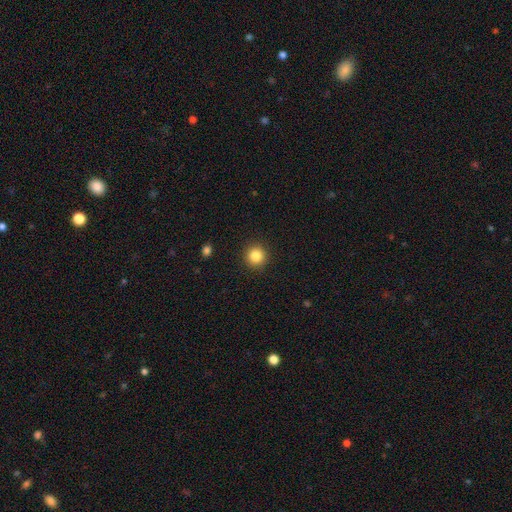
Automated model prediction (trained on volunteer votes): Overall: smooth (85%). How rounded: round (94%). Merging: none (91%).